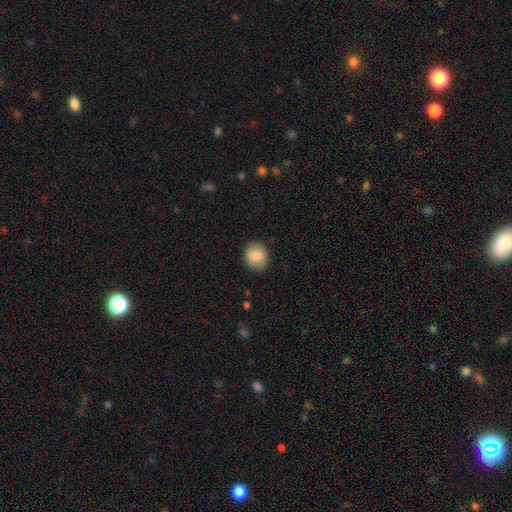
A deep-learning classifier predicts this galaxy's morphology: Smooth or featured?
  - smooth: 85% *
  - featured or disk: 8%
  - star or artifact: 8%
How rounded?
  - round: 64% *
  - in between: 35%
  - cigar-shaped: 1%
Merging?
  - none: 88% *
  - minor disturbance: 9%
  - major disturbance: 2%
  - merger: 1%